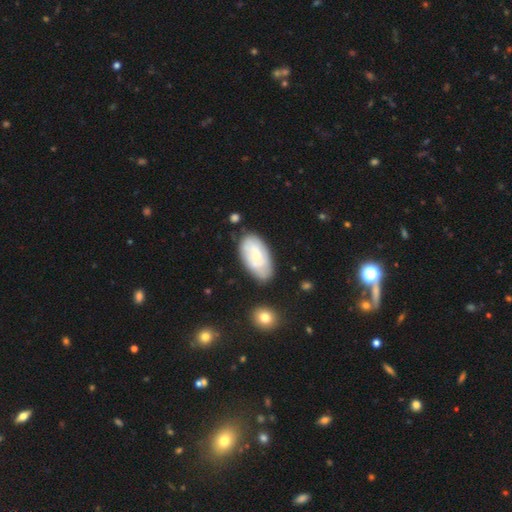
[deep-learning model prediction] This is possibly a featured or disk galaxy (47%, tied with smooth). Merging: likely none (70%).